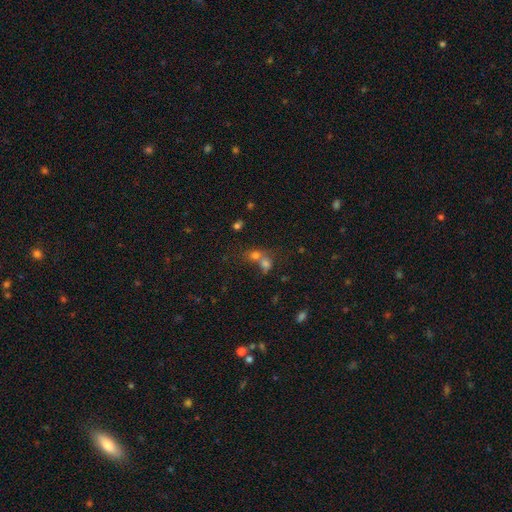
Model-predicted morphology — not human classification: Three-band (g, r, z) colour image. It shows a smooth galaxy with no disk features (69%) that is round (54%). Merging: merger (64%).